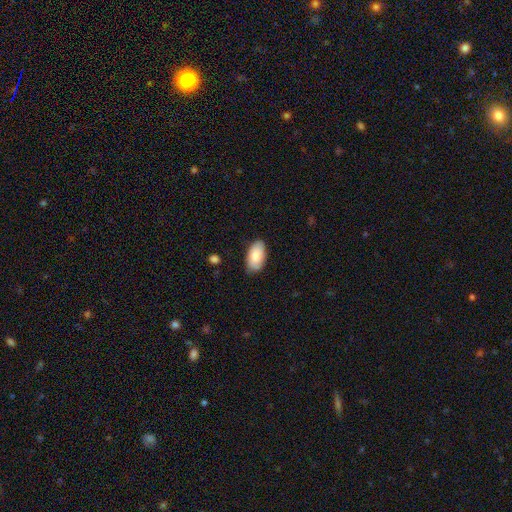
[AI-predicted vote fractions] Smooth or featured: smooth — 84% (featured or disk — 10%)
How rounded: in between — 95% (round — 3%)
Merging: none — 81% (minor disturbance — 15%)